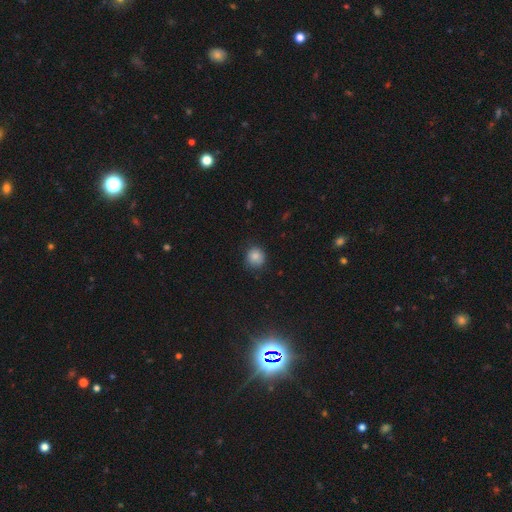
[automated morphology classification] Q: Smooth or featured?
A: smooth (84%); runner-up: star or artifact (10%)
Q: How rounded?
A: round (88%); runner-up: in between (12%)
Q: Merging?
A: none (79%); runner-up: minor disturbance (16%)